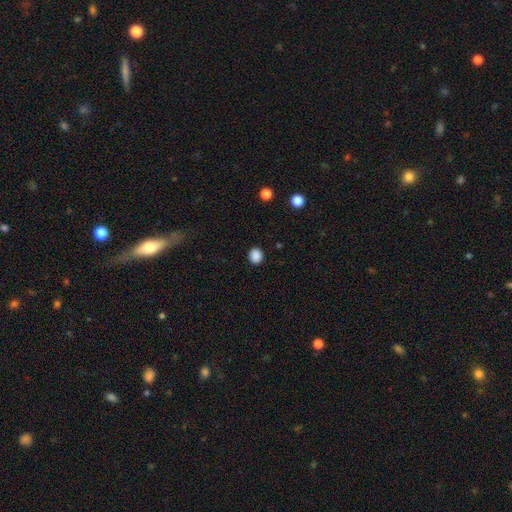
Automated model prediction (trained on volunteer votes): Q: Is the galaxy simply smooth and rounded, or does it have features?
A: smooth — 87%.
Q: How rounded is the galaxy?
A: round — 70%.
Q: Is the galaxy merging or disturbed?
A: none — 90%.